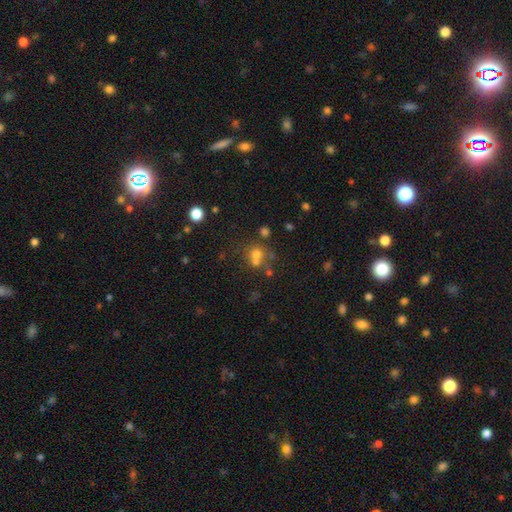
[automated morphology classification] This appears to be a smooth galaxy with no disk features (58%) that is round (79%). Merging: none (46%).